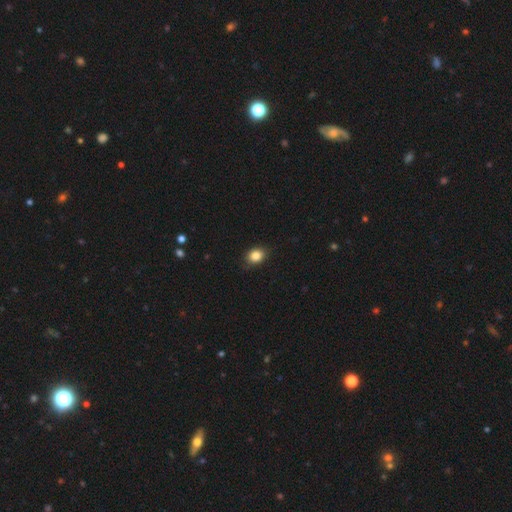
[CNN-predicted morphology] Smooth or featured? Predicted: smooth (p=0.85). How rounded? Predicted: in between (p=0.54). Merging? Predicted: none (p=0.82).